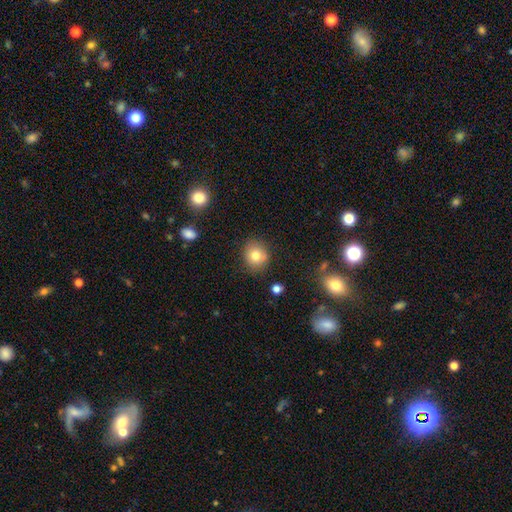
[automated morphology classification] type=smooth (79%); roundness=round (79%); merging=none (83%).